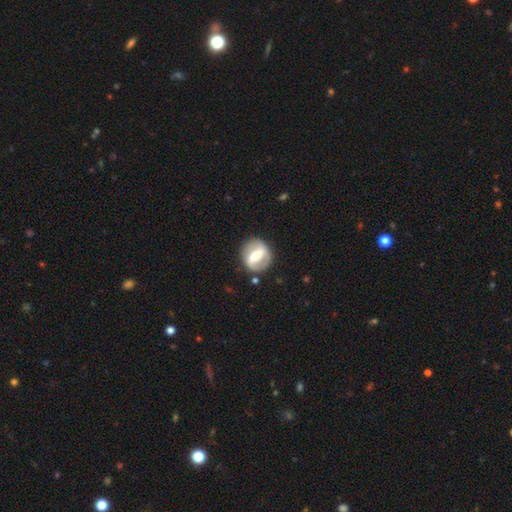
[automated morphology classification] Q: Smooth or featured?
A: featured or disk (66%); runner-up: smooth (29%)
Q: Edge-on disk?
A: no (92%); runner-up: yes (8%)
Q: Bar?
A: strong (69%); runner-up: weak (22%)
Q: Spiral arms?
A: no (50%); tied with: yes (50%)
Q: Bulge size?
A: moderate (52%); runner-up: large (22%)
Q: Merging?
A: none (80%); runner-up: minor disturbance (12%)